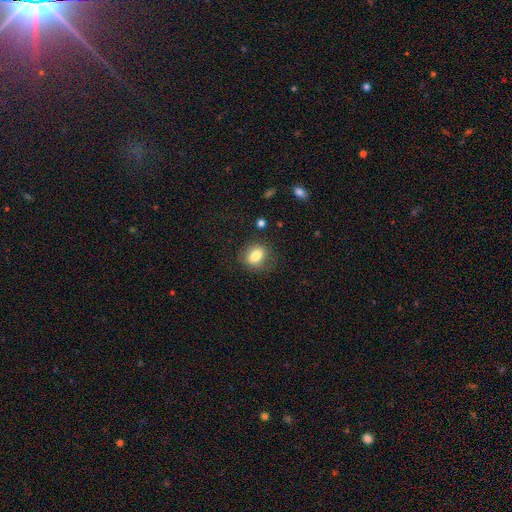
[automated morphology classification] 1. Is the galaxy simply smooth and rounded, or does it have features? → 81% smooth, 10% featured or disk, 9% star or artifact.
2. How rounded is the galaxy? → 57% in between, 41% round, 2% cigar-shaped.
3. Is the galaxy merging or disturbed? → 78% none, 15% minor disturbance, 5% major disturbance, 2% merger.